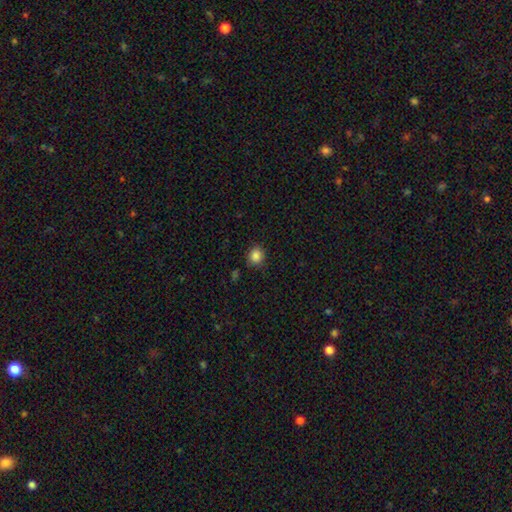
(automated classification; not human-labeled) This appears to be a smooth galaxy with no disk features (85%) that is round (80%). Merging: none (85%).